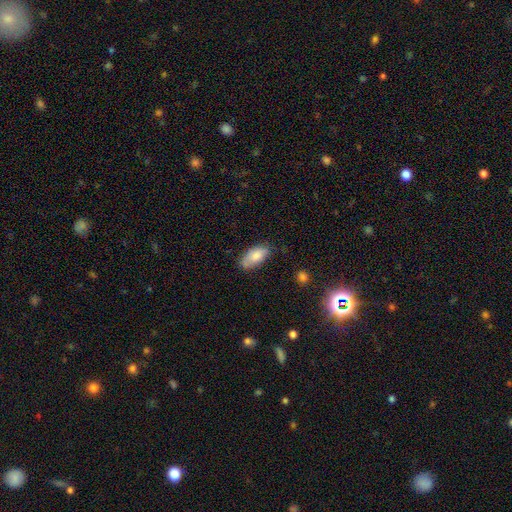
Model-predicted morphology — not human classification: smooth 77%, featured or disk 17%, star or artifact 7%. Down the decision tree: how rounded — in between (92%); merging — none (67%).